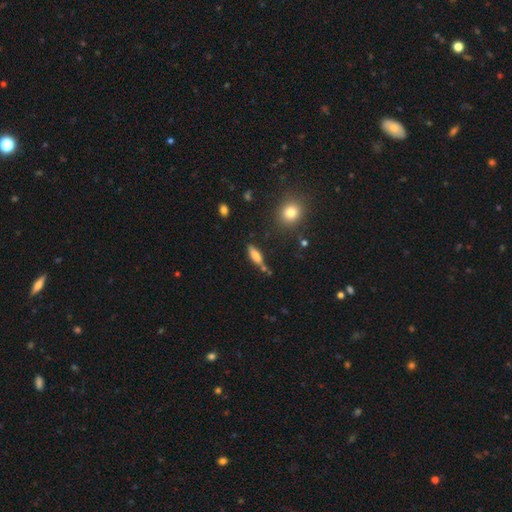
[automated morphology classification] This appears to be a smooth galaxy with no disk features (67%) that is in between round and cigar-shaped (52%). Merging: none (68%).